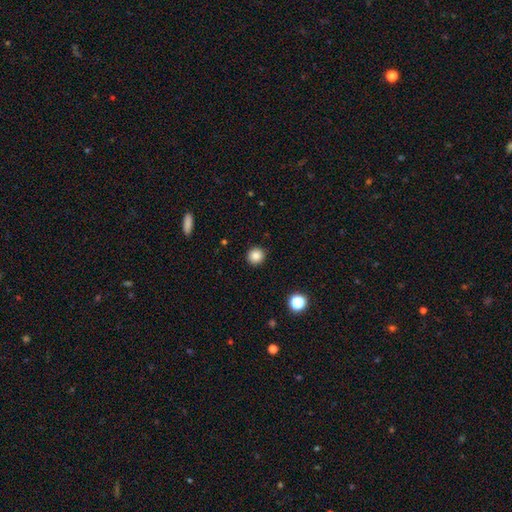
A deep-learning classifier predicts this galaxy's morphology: Smooth or featured?
  - smooth: 85% *
  - star or artifact: 11%
  - featured or disk: 5%
How rounded?
  - round: 92% *
  - in between: 7%
  - cigar-shaped: 1%
Merging?
  - none: 92% *
  - minor disturbance: 5%
  - major disturbance: 2%
  - merger: 1%